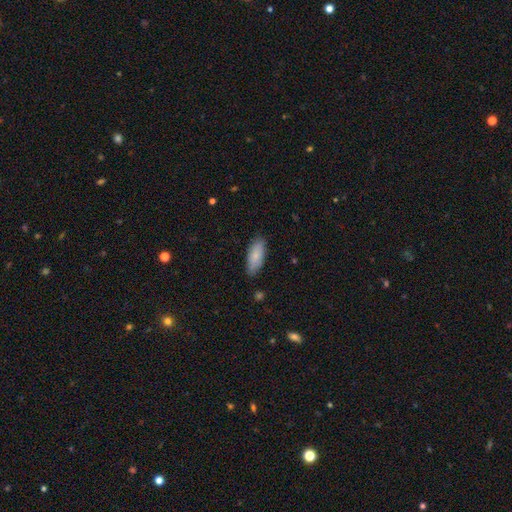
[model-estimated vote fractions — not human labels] Smooth or featured? smooth (81%)
How rounded? in between (79%)
Merging? none (82%)